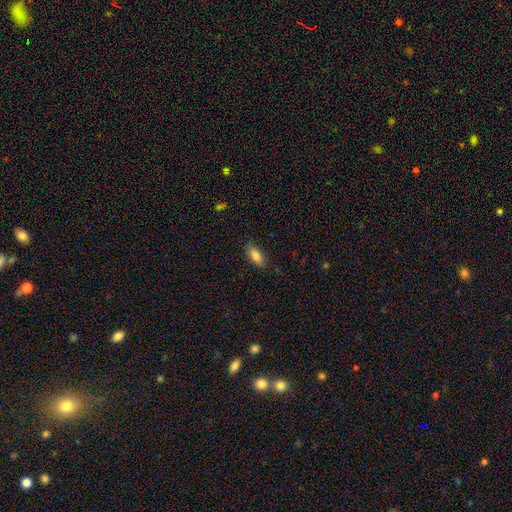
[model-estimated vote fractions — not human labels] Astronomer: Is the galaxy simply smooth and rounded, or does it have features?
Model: smooth — 84%.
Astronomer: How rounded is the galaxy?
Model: in between — 86%.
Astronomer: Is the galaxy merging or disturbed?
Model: none — 85%.